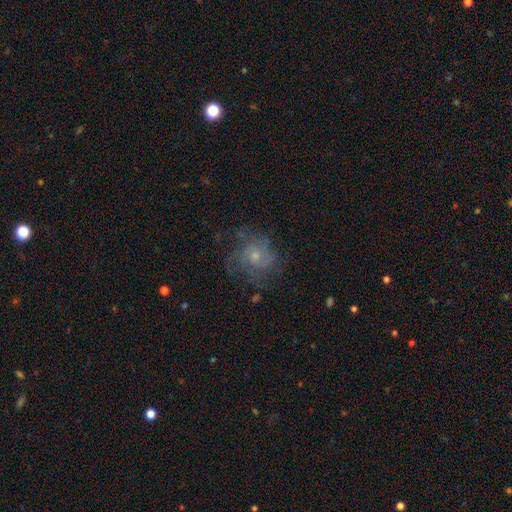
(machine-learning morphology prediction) Smooth or featured?
  - featured or disk: 60% *
  - smooth: 28%
  - star or artifact: 12%
Edge-on disk?
  - no: 97% *
  - yes: 3%
Bar?
  - no: 79% *
  - weak: 18%
  - strong: 2%
Spiral arms?
  - yes: 77% *
  - no: 23%
Bulge size?
  - small: 54% *
  - moderate: 39%
  - none: 4%
  - large: 3%
  - dominant: 1%
Merging?
  - none: 62% *
  - minor disturbance: 20%
  - major disturbance: 16%
  - merger: 2%